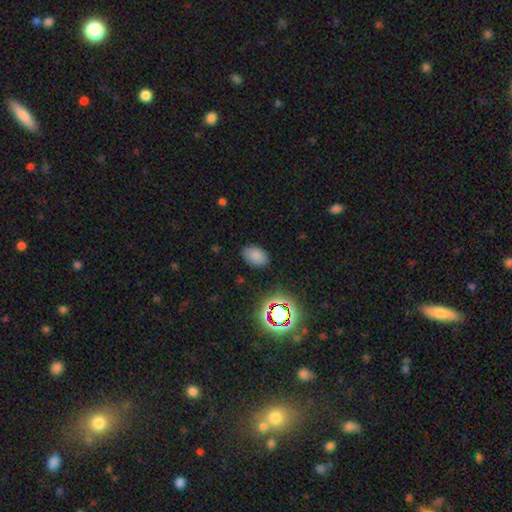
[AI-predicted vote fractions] A smooth galaxy with no disk features (77%) that is in between round and cigar-shaped (85%). Merging: none (84%).